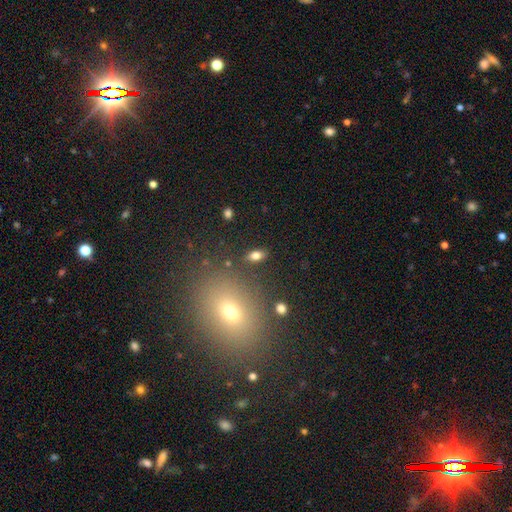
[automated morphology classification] A smooth galaxy with no disk features (78%) that is in between round and cigar-shaped (87%). Merging: none (84%).